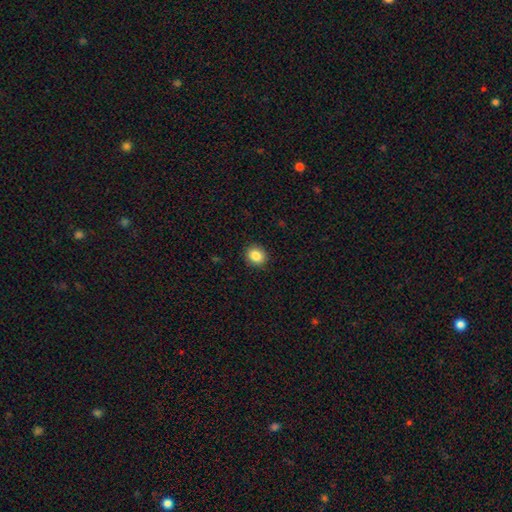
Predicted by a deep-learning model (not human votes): Smooth or featured? Predicted: smooth (p=0.86). How rounded? Predicted: round (p=0.71). Merging? Predicted: none (p=0.91).